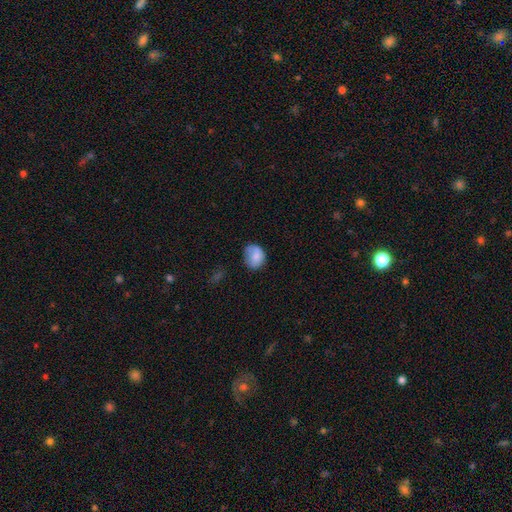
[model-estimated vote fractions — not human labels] This appears to be a smooth galaxy with no disk features (78%) that is round (57%). Merging: none (52%).